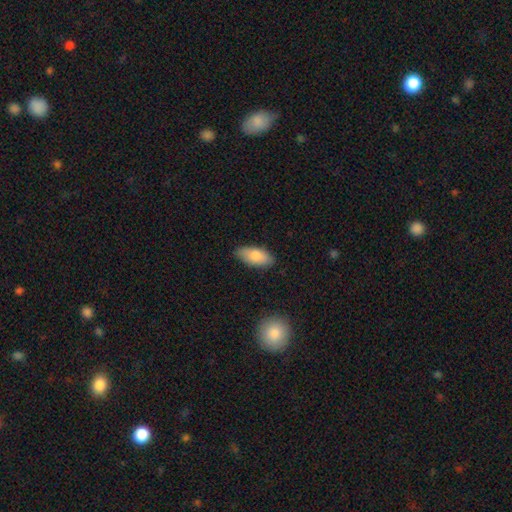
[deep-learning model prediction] Smooth or featured? Predicted: smooth (p=0.82). How rounded? Predicted: in between (p=0.87). Merging? Predicted: none (p=0.85).